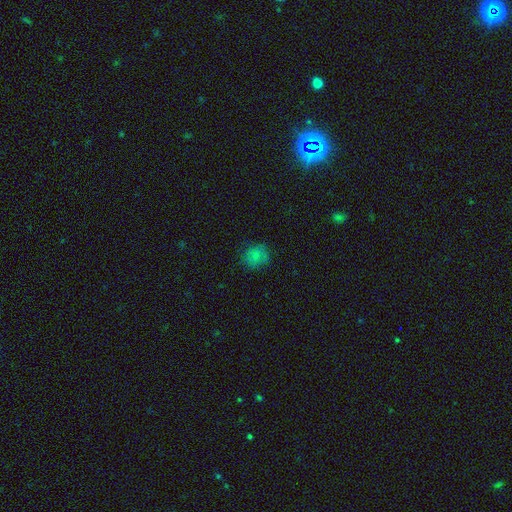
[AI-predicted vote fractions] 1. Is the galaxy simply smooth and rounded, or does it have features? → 77% smooth, 13% star or artifact, 9% featured or disk.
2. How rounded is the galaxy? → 77% round, 22% in between, 1% cigar-shaped.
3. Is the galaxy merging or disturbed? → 74% none, 19% minor disturbance, 6% major disturbance, 1% merger.